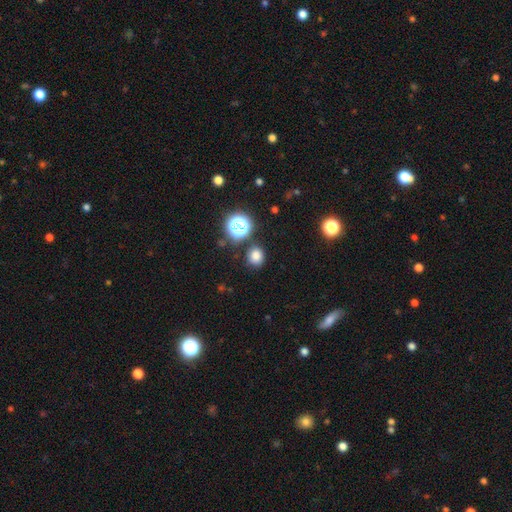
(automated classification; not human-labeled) Smooth or featured? smooth (78%)
How rounded? round (81%)
Merging? none (84%)